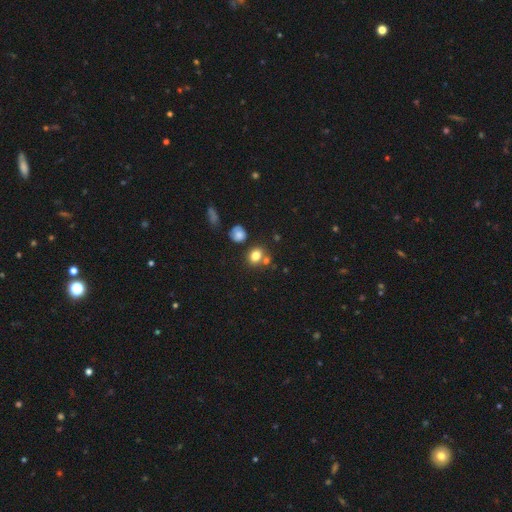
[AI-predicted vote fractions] This is likely a smooth galaxy (78%). How rounded: likely round (62%). Merging: likely none (62%).